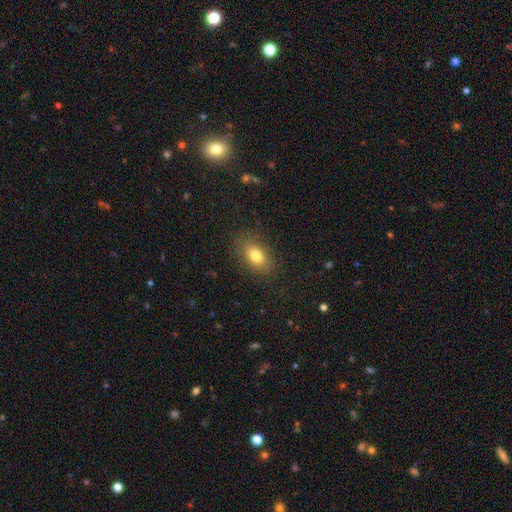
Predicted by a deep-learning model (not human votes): This is likely a smooth galaxy (79%). How rounded: clearly in between (81%). Merging: clearly none (85%).